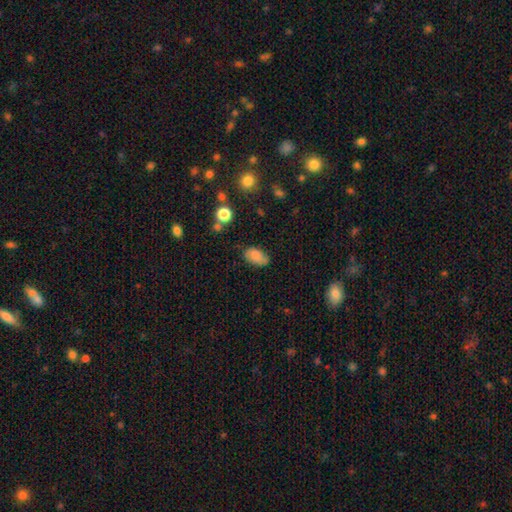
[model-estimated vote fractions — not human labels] Morphology: type=smooth (78%); roundness=in between (90%); merging=none (66%).